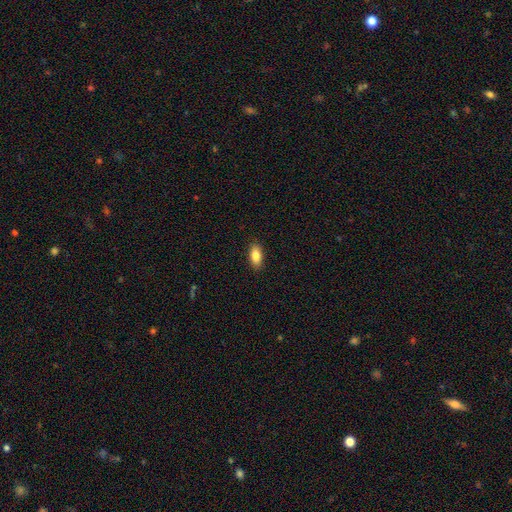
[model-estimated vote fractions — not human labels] This appears to be a smooth galaxy with no disk features (86%) that is in between round and cigar-shaped (90%). Merging: none (89%).